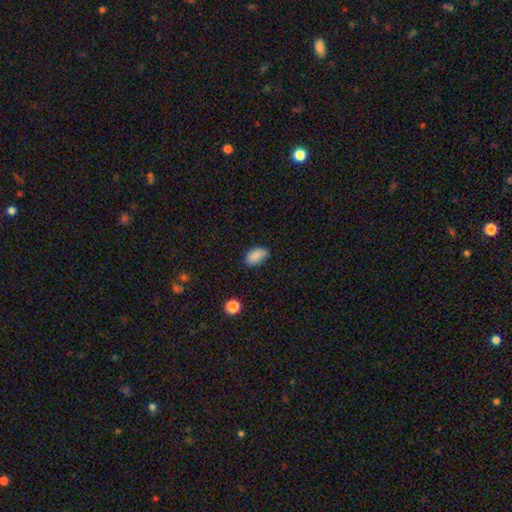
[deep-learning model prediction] Smooth or featured?
  - smooth: 86% *
  - star or artifact: 9%
  - featured or disk: 5%
How rounded?
  - in between: 91% *
  - round: 7%
  - cigar-shaped: 2%
Merging?
  - none: 69% *
  - minor disturbance: 24%
  - major disturbance: 4%
  - merger: 2%